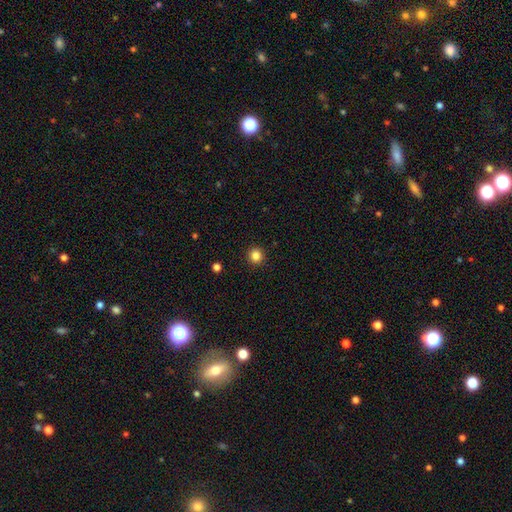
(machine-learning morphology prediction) smooth_or_featured: smooth (p=0.84) [alt: star or artifact p=0.12]
how_rounded: round (p=0.94) [alt: in between p=0.05]
merging: none (p=0.92) [alt: minor disturbance p=0.05]